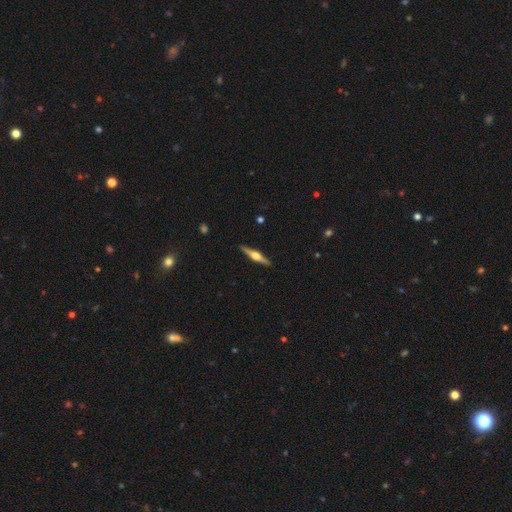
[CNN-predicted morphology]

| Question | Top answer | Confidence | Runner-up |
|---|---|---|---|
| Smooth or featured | featured or disk | 76% | smooth (19%) |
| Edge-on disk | yes | 98% | no (2%) |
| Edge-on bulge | rounded | 93% | boxy (5%) |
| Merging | none | 91% | minor disturbance (6%) |